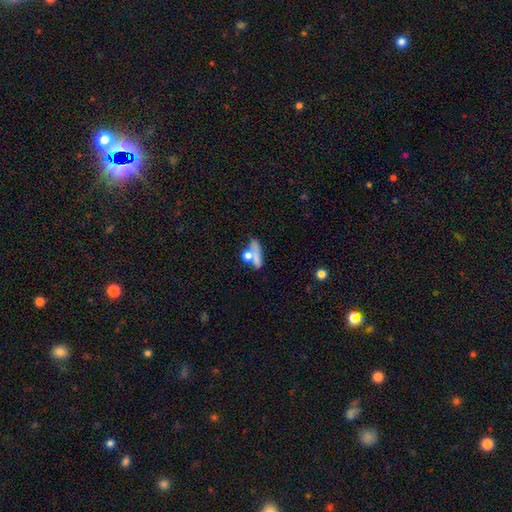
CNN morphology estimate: smooth-or-featured: smooth: 64% | featured or disk: 25% | star or artifact: 11%
  how-rounded: in between: 46% | cigar-shaped: 29% | round: 25%
  merging: merger: 40% | none: 31% | major disturbance: 16% | minor disturbance: 14%